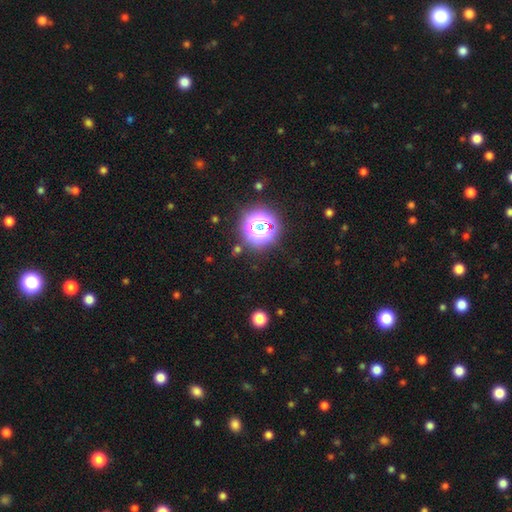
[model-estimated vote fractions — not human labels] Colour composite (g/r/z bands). It shows a star or artifact, not a galaxy (80%).